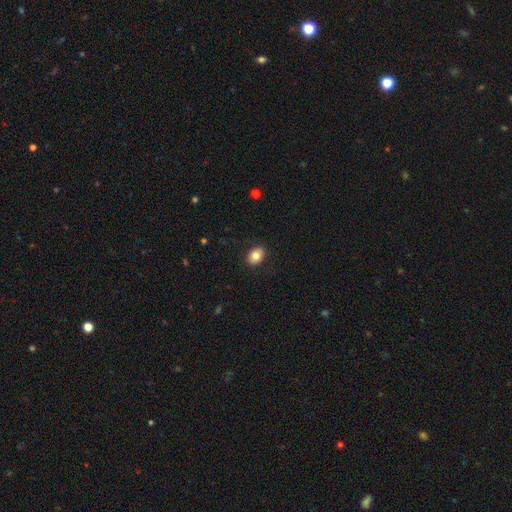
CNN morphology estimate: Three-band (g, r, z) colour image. It shows a smooth galaxy with no disk features (82%) that is in between round and cigar-shaped (71%). Merging: none (87%).